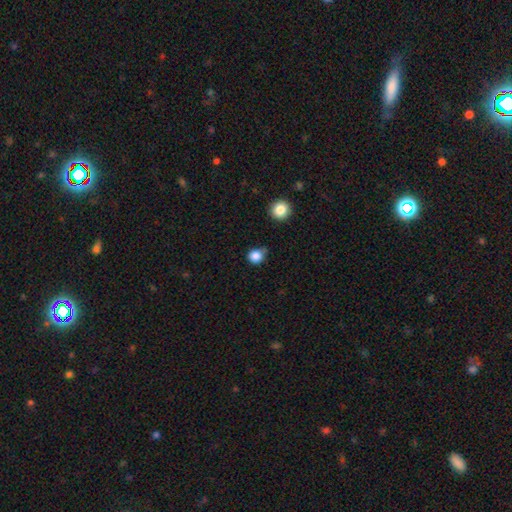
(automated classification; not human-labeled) smooth_or_featured: smooth (p=0.84) [alt: star or artifact p=0.12]
how_rounded: round (p=0.89) [alt: in between p=0.10]
merging: none (p=0.69) [alt: minor disturbance p=0.20]